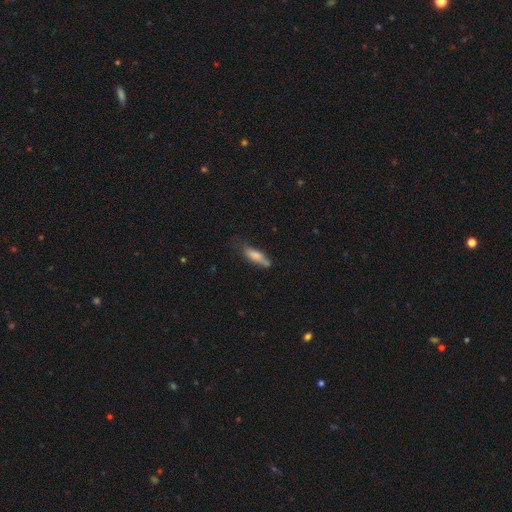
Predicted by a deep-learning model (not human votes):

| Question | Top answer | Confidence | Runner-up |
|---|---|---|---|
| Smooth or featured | smooth | 75% | featured or disk (18%) |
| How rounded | cigar-shaped | 54% | in between (44%) |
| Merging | none | 46% | minor disturbance (35%) |